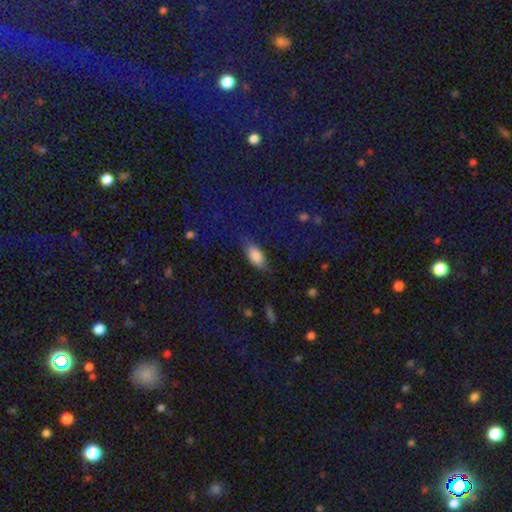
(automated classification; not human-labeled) Smooth or featured? smooth (82%)
How rounded? in between (84%)
Merging? none (74%)